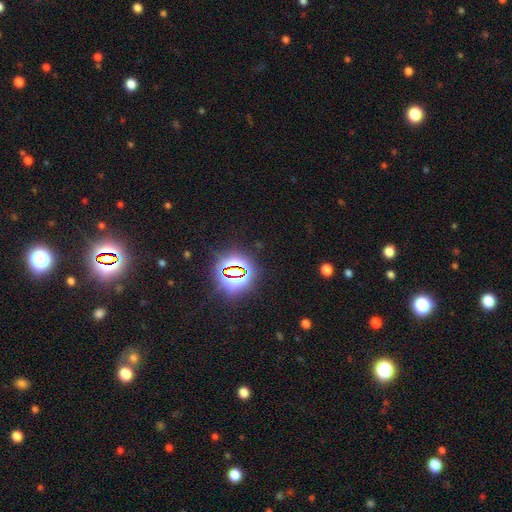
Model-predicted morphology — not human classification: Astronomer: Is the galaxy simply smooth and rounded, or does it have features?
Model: star or artifact — 79%.